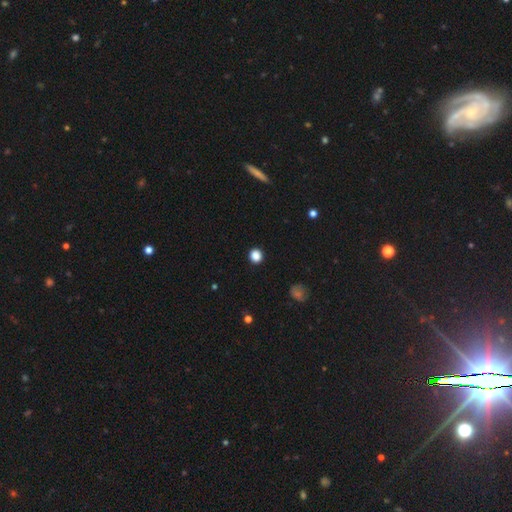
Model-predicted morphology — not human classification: Smooth or featured? smooth (86%)
How rounded? round (85%)
Merging? none (91%)